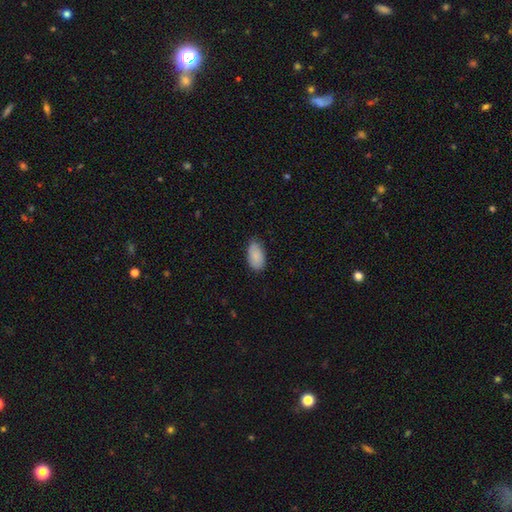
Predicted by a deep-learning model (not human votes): Smooth or featured: smooth — 87% (featured or disk — 7%)
How rounded: in between — 95% (round — 3%)
Merging: none — 79% (minor disturbance — 17%)